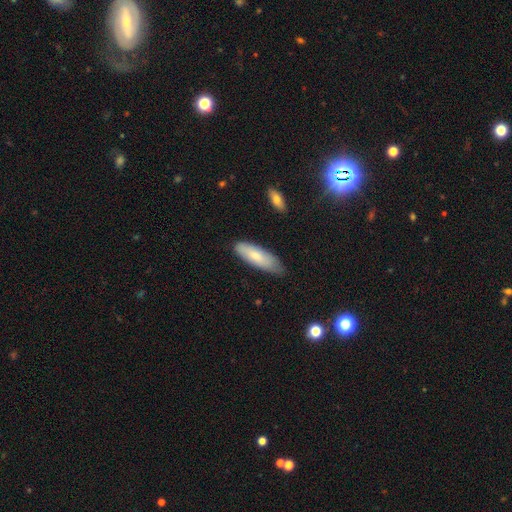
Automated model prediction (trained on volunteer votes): Smooth or featured?
  - smooth: 75% *
  - featured or disk: 19%
  - star or artifact: 6%
How rounded?
  - in between: 54% *
  - cigar-shaped: 44%
  - round: 2%
Merging?
  - none: 67% *
  - minor disturbance: 27%
  - major disturbance: 4%
  - merger: 2%